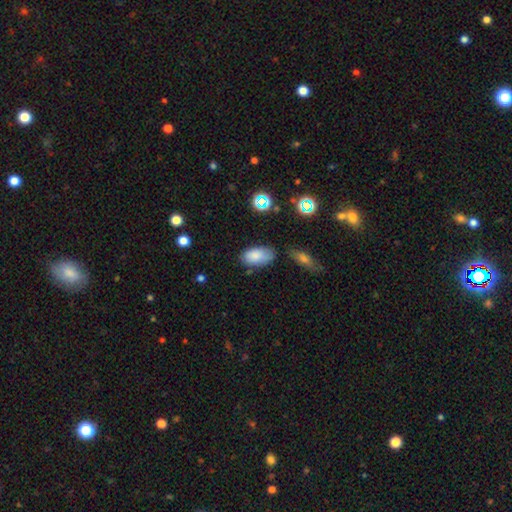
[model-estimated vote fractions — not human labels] This is clearly a smooth galaxy (83%). How rounded: clearly in between (94%). Merging: likely none (66%).